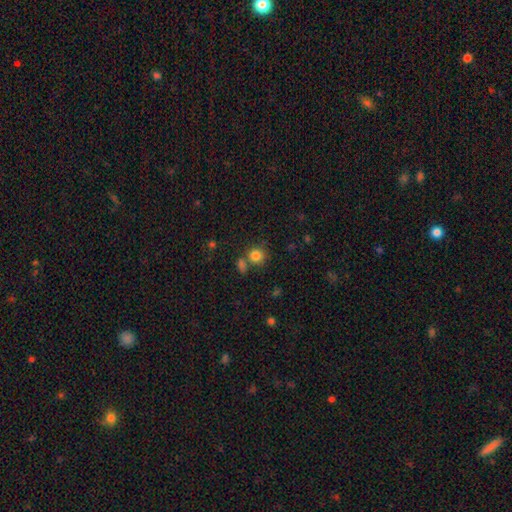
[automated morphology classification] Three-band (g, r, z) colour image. It shows a smooth galaxy with no disk features (82%) that is round (87%). Merging: none (65%).